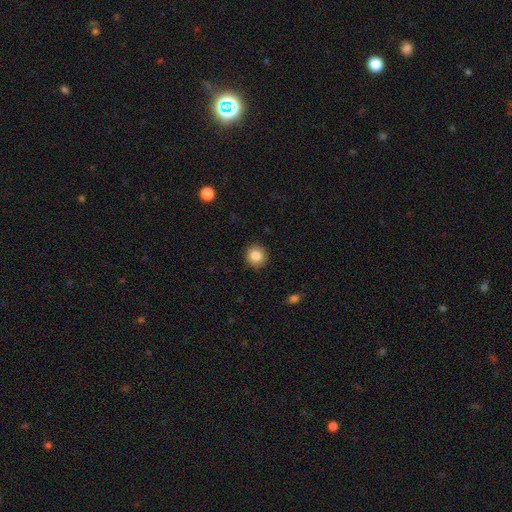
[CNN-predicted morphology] Smooth or featured?
  - smooth: 84% *
  - star or artifact: 9%
  - featured or disk: 7%
How rounded?
  - round: 93% *
  - in between: 6%
  - cigar-shaped: 1%
Merging?
  - none: 91% *
  - minor disturbance: 6%
  - major disturbance: 2%
  - merger: 1%